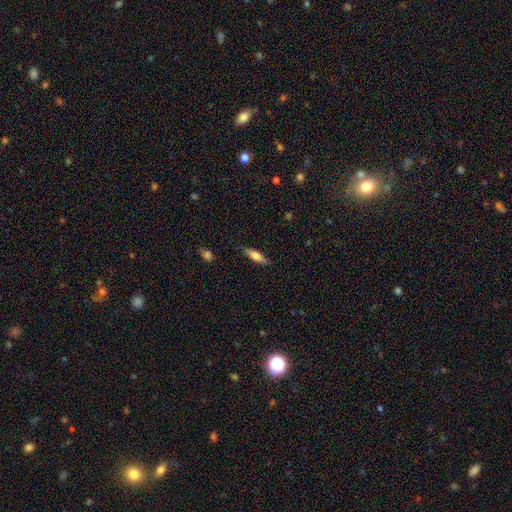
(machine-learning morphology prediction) Smooth or featured: smooth — 68% (featured or disk — 25%)
How rounded: cigar-shaped — 64% (in between — 34%)
Merging: none — 83% (minor disturbance — 13%)